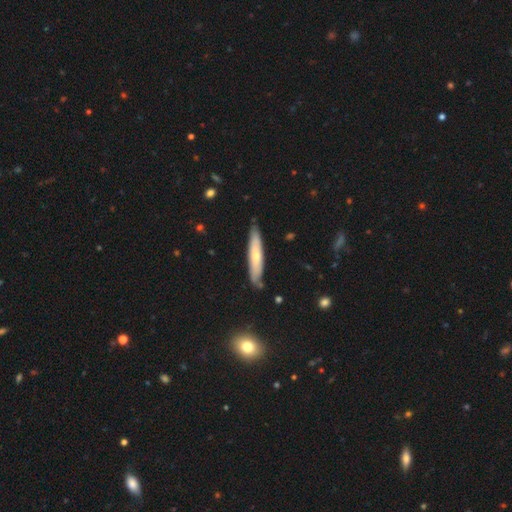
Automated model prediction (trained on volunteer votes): Smooth or featured? smooth (58%)
How rounded? cigar-shaped (87%)
Merging? none (82%)